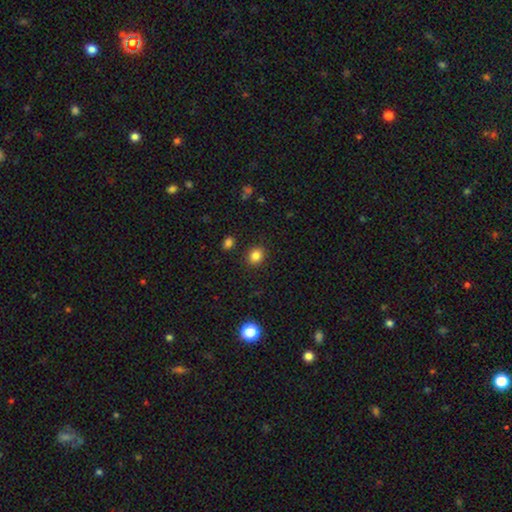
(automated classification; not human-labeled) The model was most divided on "how rounded": round: 69%, in between: 31%, cigar-shaped: 1%. More confident: merging — none (88%); smooth or featured — smooth (84%).